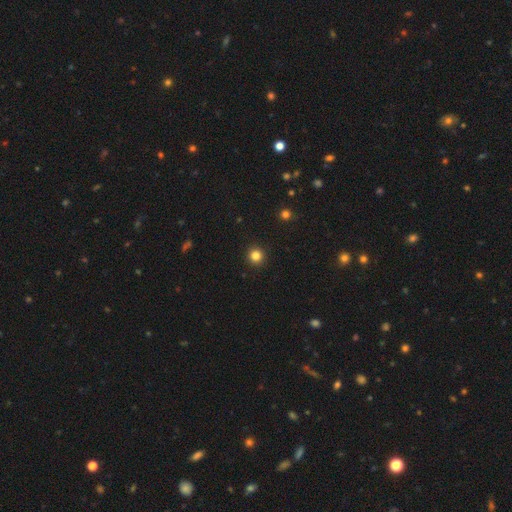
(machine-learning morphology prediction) Overall: smooth (83%). How rounded: round (95%). Merging: none (93%).